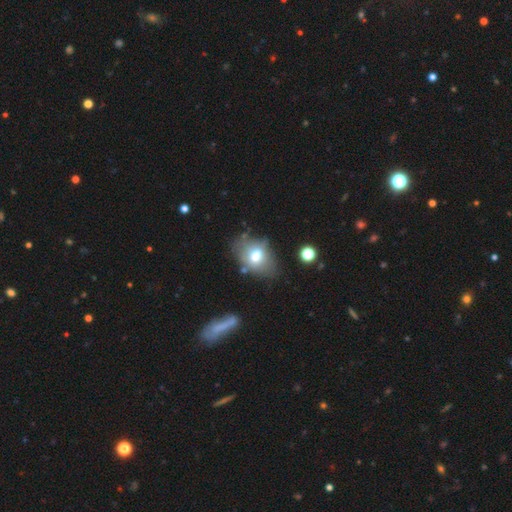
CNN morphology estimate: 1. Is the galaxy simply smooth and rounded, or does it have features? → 65% smooth, 25% featured or disk, 10% star or artifact.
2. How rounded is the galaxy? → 74% in between, 25% round, 1% cigar-shaped.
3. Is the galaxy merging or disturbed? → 55% none, 24% minor disturbance, 12% major disturbance, 9% merger.